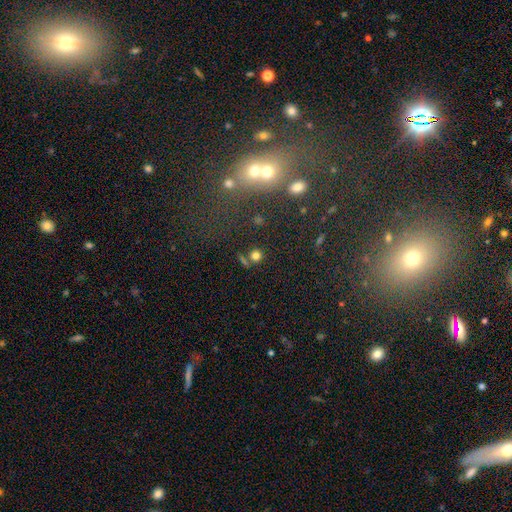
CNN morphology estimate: Overall: smooth (72%). How rounded: round (90%). Merging: none (71%).